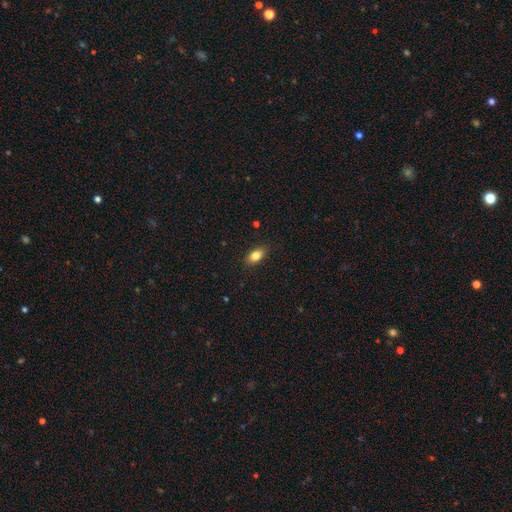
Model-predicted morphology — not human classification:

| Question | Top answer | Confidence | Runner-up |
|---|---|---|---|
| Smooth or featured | smooth | 84% | star or artifact (8%) |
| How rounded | in between | 87% | round (9%) |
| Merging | none | 87% | minor disturbance (9%) |